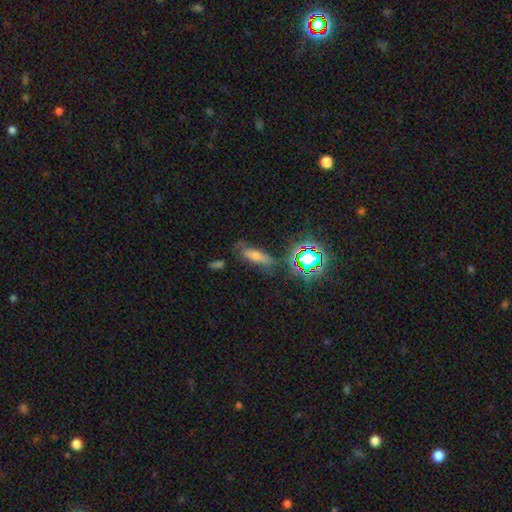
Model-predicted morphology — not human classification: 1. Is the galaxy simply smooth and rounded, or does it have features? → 53% smooth, 25% star or artifact, 23% featured or disk.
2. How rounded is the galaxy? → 47% in between, 46% cigar-shaped, 6% round.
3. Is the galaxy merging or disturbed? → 64% none, 22% minor disturbance, 10% major disturbance, 5% merger.